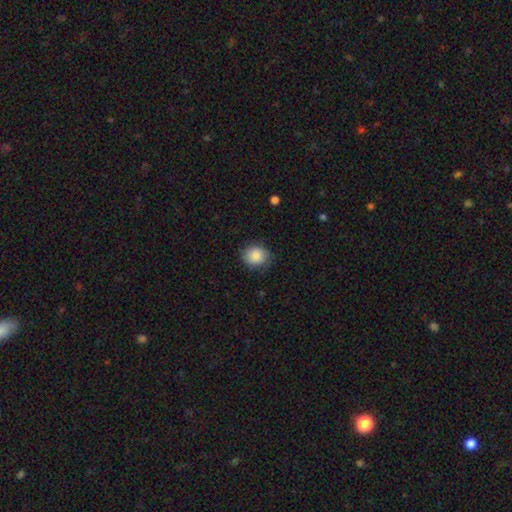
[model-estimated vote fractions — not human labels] smooth_or_featured: smooth (p=0.86) [alt: star or artifact p=0.08]
how_rounded: round (p=0.68) [alt: in between p=0.31]
merging: none (p=0.81) [alt: minor disturbance p=0.14]